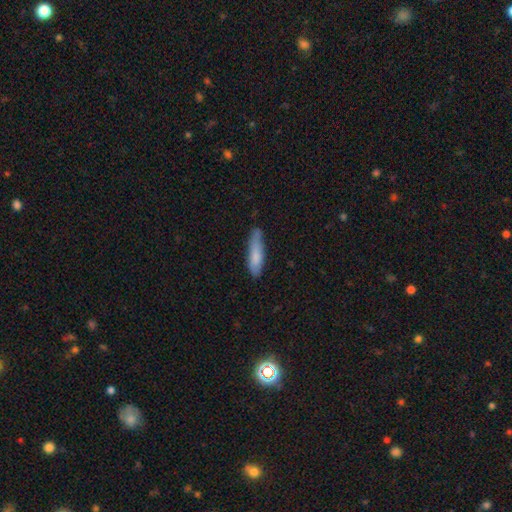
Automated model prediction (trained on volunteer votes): The model was most divided on "merging": none: 65%, minor disturbance: 27%, major disturbance: 5%, merger: 3%. More confident: smooth or featured — smooth (78%); how rounded — cigar-shaped (73%).